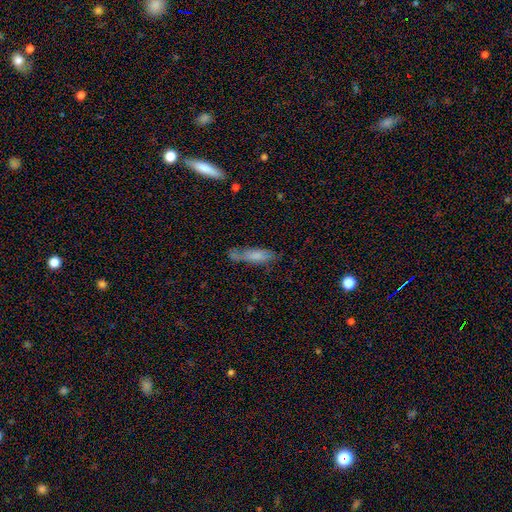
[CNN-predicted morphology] smooth 64%, featured or disk 28%, star or artifact 8%. Down the decision tree: how rounded — cigar-shaped (61%); merging — none (54%).